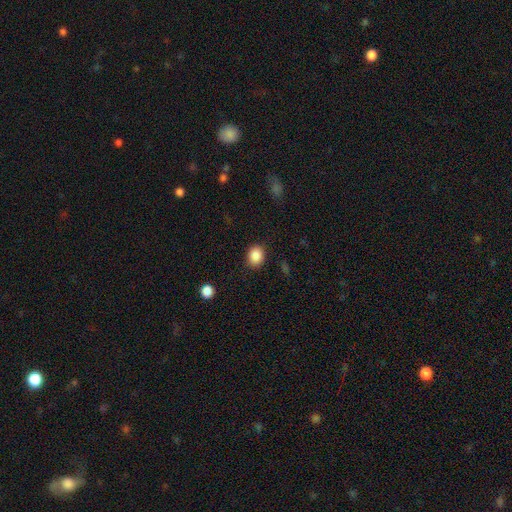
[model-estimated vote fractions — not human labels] Q: Smooth or featured?
A: smooth (87%); runner-up: star or artifact (9%)
Q: How rounded?
A: round (55%); runner-up: in between (44%)
Q: Merging?
A: none (84%); runner-up: minor disturbance (12%)